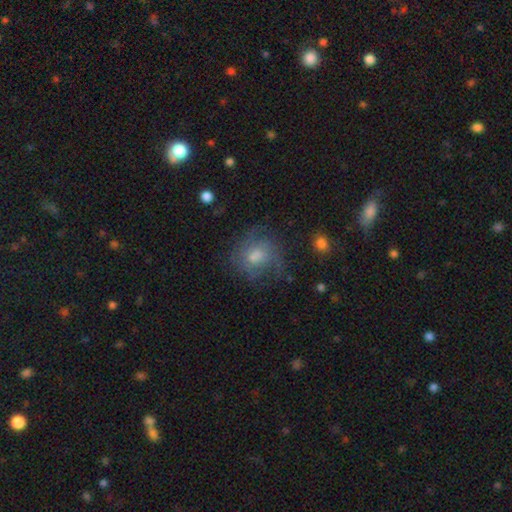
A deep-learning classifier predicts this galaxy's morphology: The model was most divided on "smooth or featured": featured or disk: 50%, smooth: 37%, star or artifact: 13%. More confident: edge-on disk — no (97%); merging — none (64%).